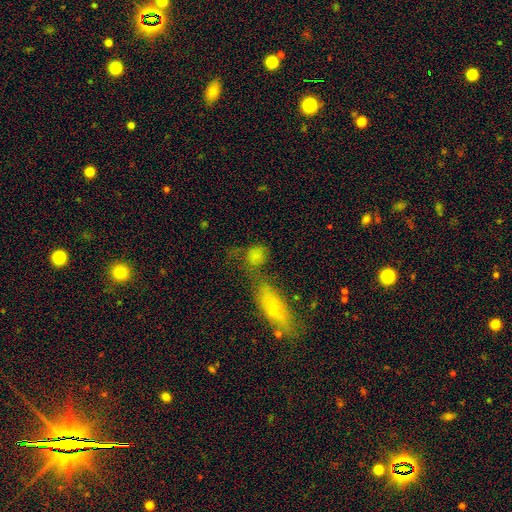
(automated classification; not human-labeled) The model was most divided on "how rounded": round: 52%, in between: 42%, cigar-shaped: 6%. Remaining: smooth or featured — smooth (69%); merging — none (45%).